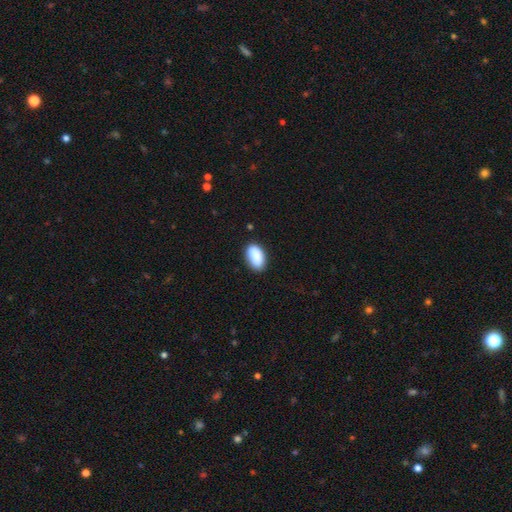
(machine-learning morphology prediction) This is clearly a smooth galaxy (89%). How rounded: clearly in between (94%). Merging: clearly none (84%).